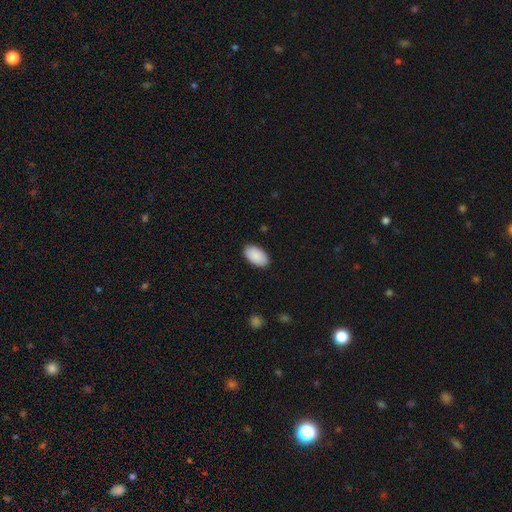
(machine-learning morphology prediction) This appears to be a smooth galaxy with no disk features (91%) that is in between round and cigar-shaped (96%). Merging: none (88%).